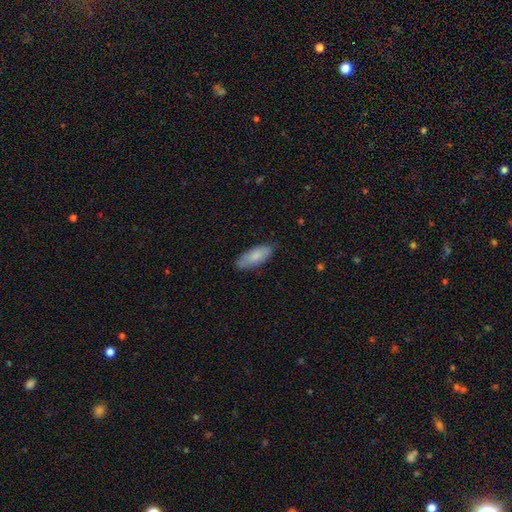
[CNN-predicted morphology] smooth-or-featured: smooth: 82% | featured or disk: 13% | star or artifact: 5%
  how-rounded: in between: 74% | cigar-shaped: 24% | round: 2%
  merging: none: 81% | minor disturbance: 15% | major disturbance: 2% | merger: 1%